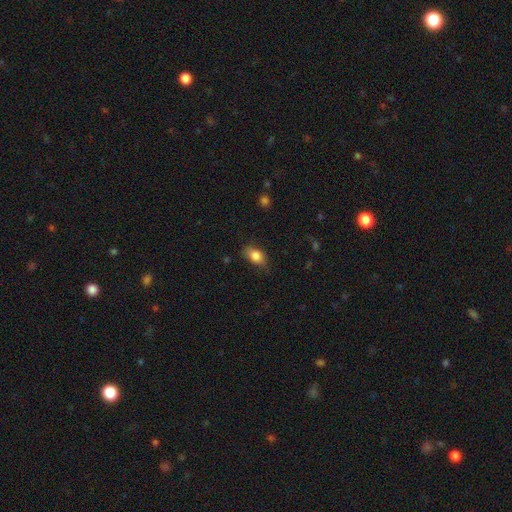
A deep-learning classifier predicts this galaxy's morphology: smooth-or-featured: smooth: 82% | featured or disk: 10% | star or artifact: 8%
  how-rounded: in between: 83% | round: 12% | cigar-shaped: 5%
  merging: none: 69% | minor disturbance: 24% | major disturbance: 6% | merger: 1%